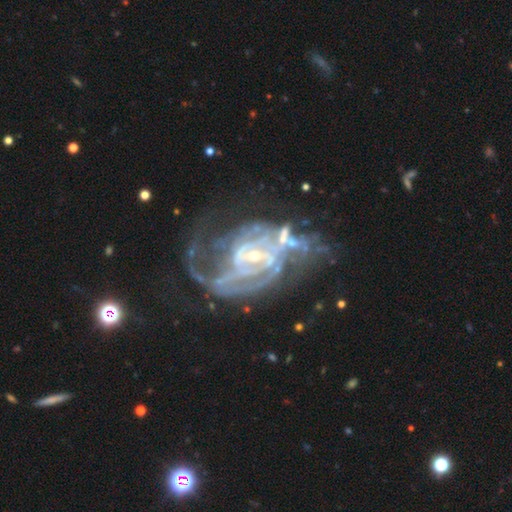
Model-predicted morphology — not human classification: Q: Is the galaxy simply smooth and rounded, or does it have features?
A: featured or disk — 87%.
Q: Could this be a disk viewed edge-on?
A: no — 97%.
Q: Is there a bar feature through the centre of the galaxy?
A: no — 46%.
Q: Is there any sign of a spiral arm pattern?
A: yes — 91%.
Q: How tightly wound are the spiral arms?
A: tight — 45%.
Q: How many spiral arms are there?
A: can't tell — 33%.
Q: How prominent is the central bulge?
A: small — 74%.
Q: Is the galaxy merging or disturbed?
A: none — 38%.